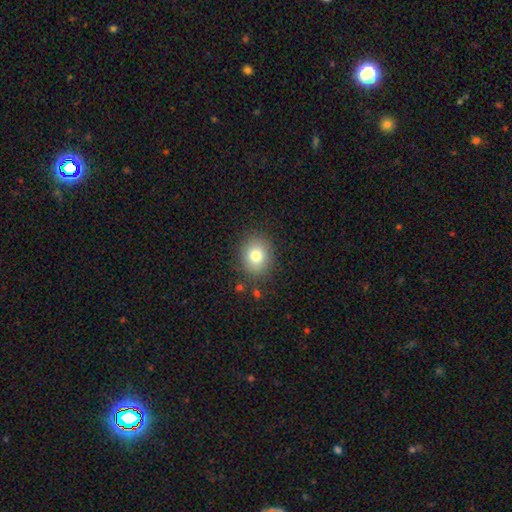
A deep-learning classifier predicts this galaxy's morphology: Smooth or featured: smooth — 79% (star or artifact — 11%)
How rounded: round — 64% (in between — 35%)
Merging: none — 85% (minor disturbance — 10%)